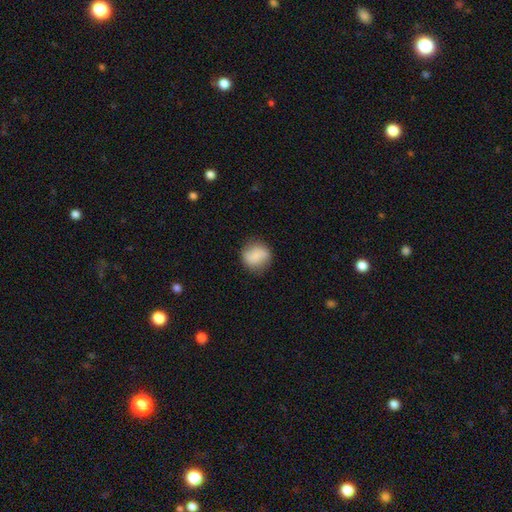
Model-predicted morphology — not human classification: This is likely a smooth galaxy (75%). How rounded: clearly round (83%). Merging: likely none (78%).